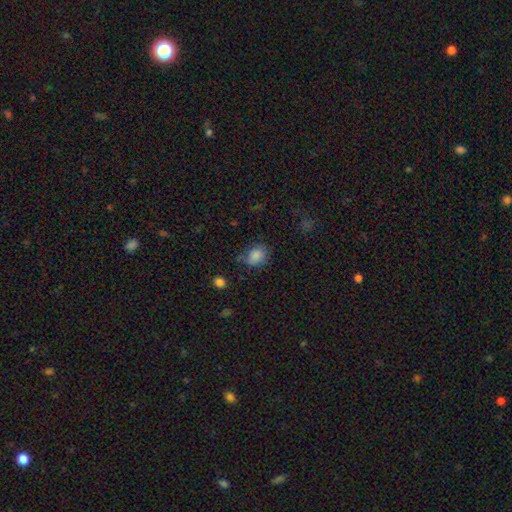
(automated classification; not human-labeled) smooth-or-featured: smooth: 85% | star or artifact: 10% | featured or disk: 5%
  how-rounded: in between: 53% | round: 46% | cigar-shaped: 1%
  merging: none: 65% | minor disturbance: 25% | major disturbance: 7% | merger: 4%